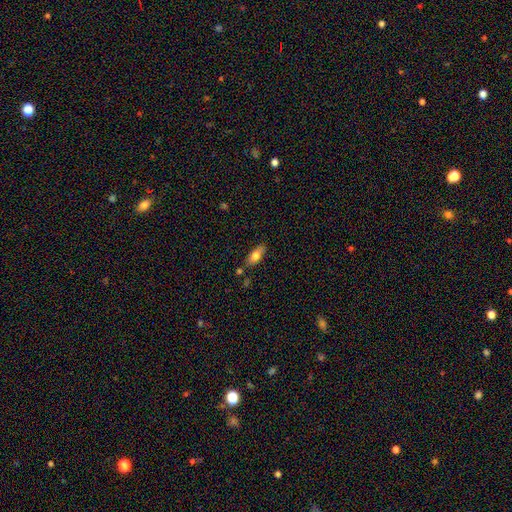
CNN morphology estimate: Smooth or featured? smooth (72%)
How rounded? in between (77%)
Merging? none (76%)